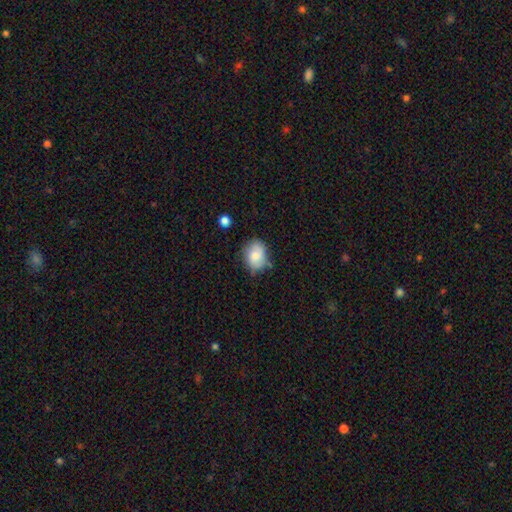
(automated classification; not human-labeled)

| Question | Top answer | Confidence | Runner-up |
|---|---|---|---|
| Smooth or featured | smooth | 74% | featured or disk (18%) |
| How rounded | in between | 54% | round (45%) |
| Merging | none | 63% | minor disturbance (27%) |